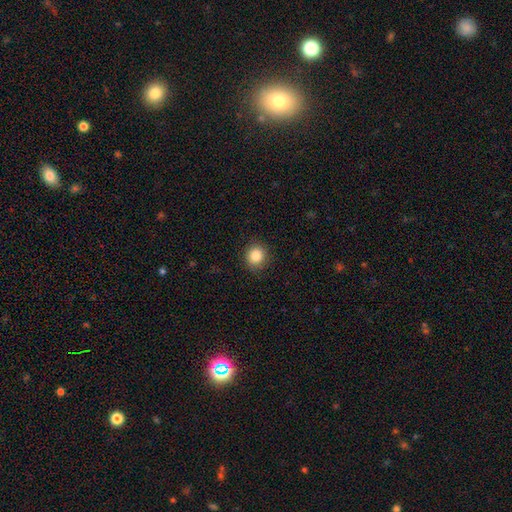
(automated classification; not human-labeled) A smooth galaxy with no disk features (86%) that is round (88%). Merging: none (89%).